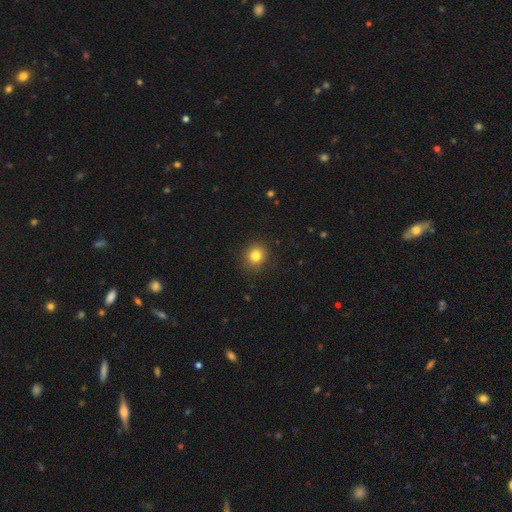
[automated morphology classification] Smooth or featured? Predicted: smooth (p=0.81). How rounded? Predicted: round (p=0.86). Merging? Predicted: none (p=0.89).